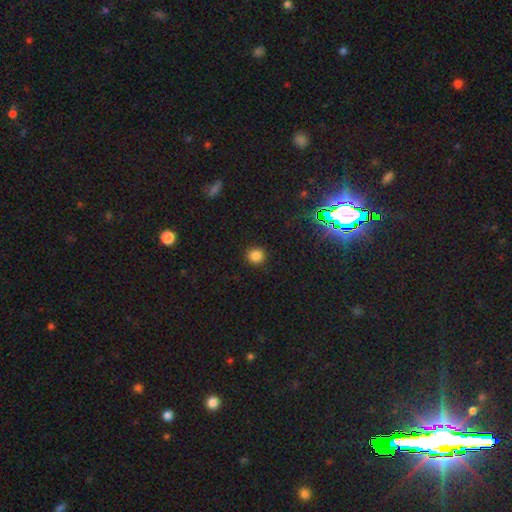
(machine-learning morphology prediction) smooth 83%, star or artifact 14%, featured or disk 4%. Down the decision tree: how rounded — round (92%); merging — none (91%).